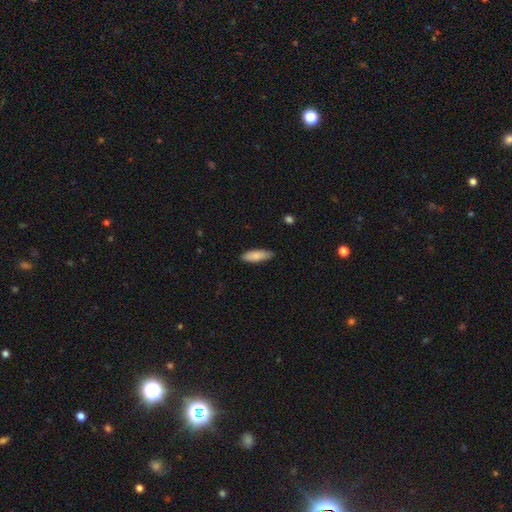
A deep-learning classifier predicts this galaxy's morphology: Smooth or featured: smooth — 83% (featured or disk — 11%)
How rounded: in between — 50% (cigar-shaped — 48%)
Merging: none — 81% (minor disturbance — 15%)